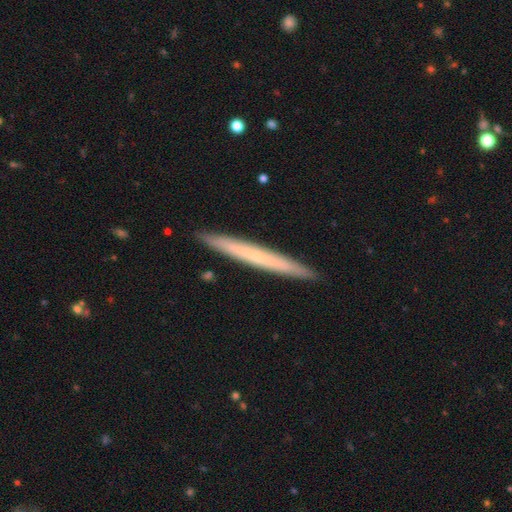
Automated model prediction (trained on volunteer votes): The model was most divided on "smooth or featured": featured or disk: 49%, smooth: 46%, star or artifact: 6%. More confident: merging — none (92%).